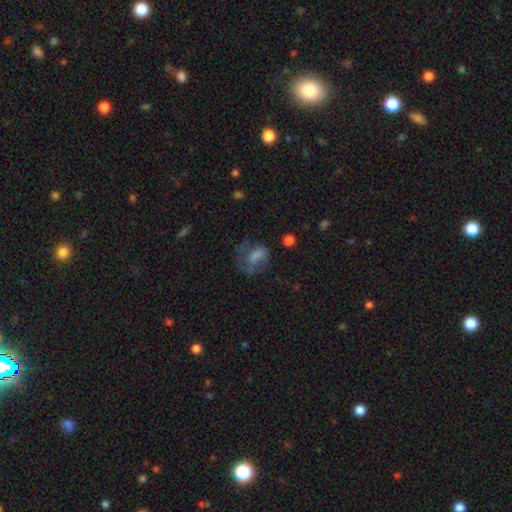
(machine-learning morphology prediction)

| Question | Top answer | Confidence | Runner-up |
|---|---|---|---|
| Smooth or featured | smooth | 43% | featured or disk (40%) |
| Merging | none | 43% | major disturbance (33%) |